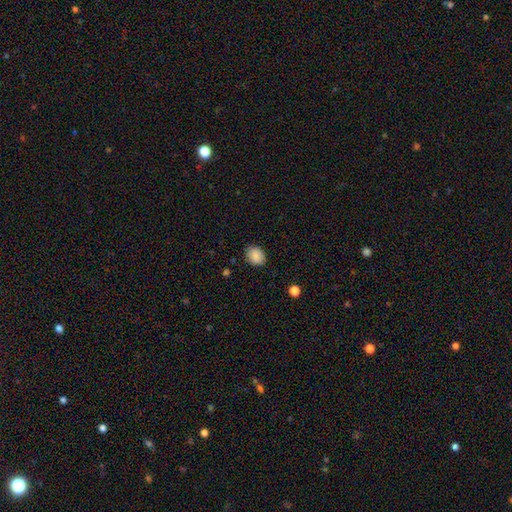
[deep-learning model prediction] This appears to be a smooth galaxy with no disk features (87%) that is round (50%). Merging: none (83%).